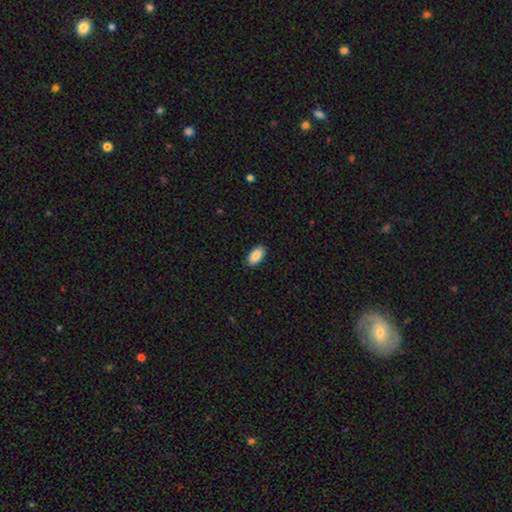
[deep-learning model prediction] smooth 89%, star or artifact 6%, featured or disk 5%. Down the decision tree: how rounded — in between (95%); merging — none (88%).